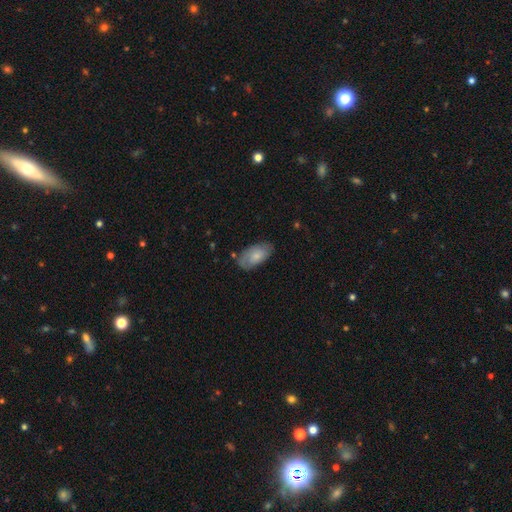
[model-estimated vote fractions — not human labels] smooth-or-featured: smooth: 70% | featured or disk: 24% | star or artifact: 6%
  how-rounded: in between: 94% | cigar-shaped: 3% | round: 3%
  merging: none: 69% | minor disturbance: 23% | major disturbance: 6% | merger: 2%